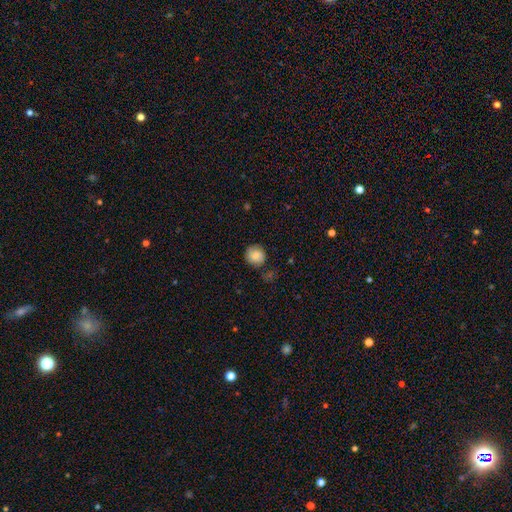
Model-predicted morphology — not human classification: Overall: smooth (83%). How rounded: round (87%). Merging: none (79%).